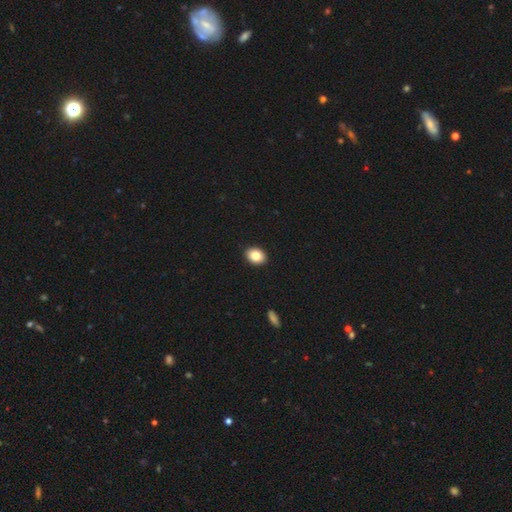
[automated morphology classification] A smooth galaxy with no disk features (85%) that is in between round and cigar-shaped (68%). Merging: none (91%).